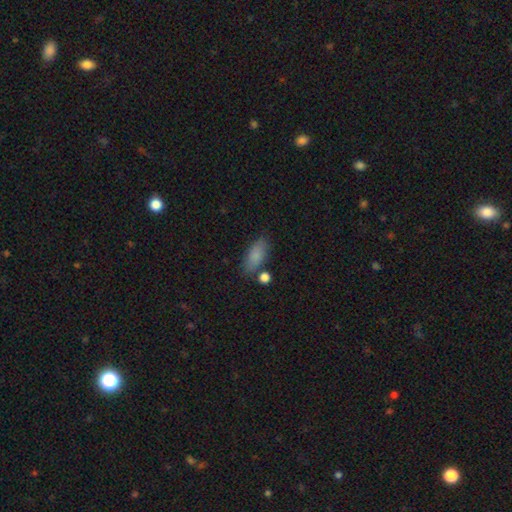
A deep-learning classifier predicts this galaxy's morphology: smooth 84%, featured or disk 8%, star or artifact 8%. Down the decision tree: how rounded — in between (83%); merging — none (74%).